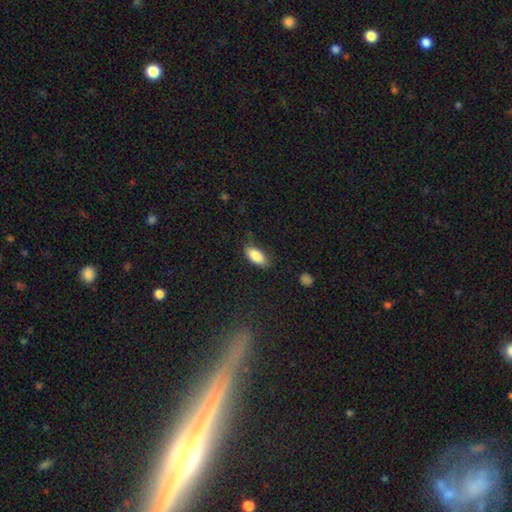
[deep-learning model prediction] Q: Smooth or featured?
A: smooth (87%); runner-up: star or artifact (7%)
Q: How rounded?
A: in between (90%); runner-up: cigar-shaped (7%)
Q: Merging?
A: none (73%); runner-up: minor disturbance (21%)